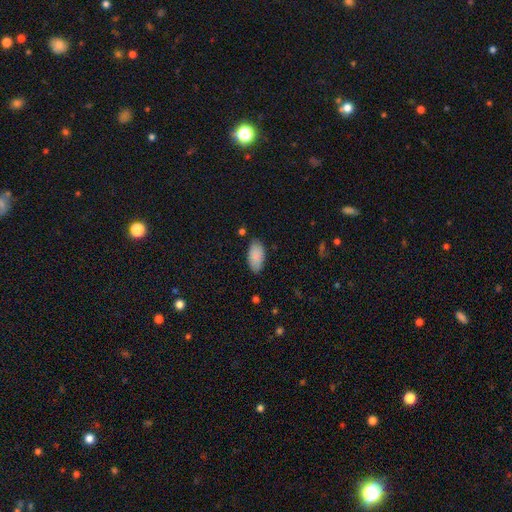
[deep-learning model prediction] This appears to be a smooth galaxy with no disk features (88%) that is in between round and cigar-shaped (94%). Merging: none (82%).